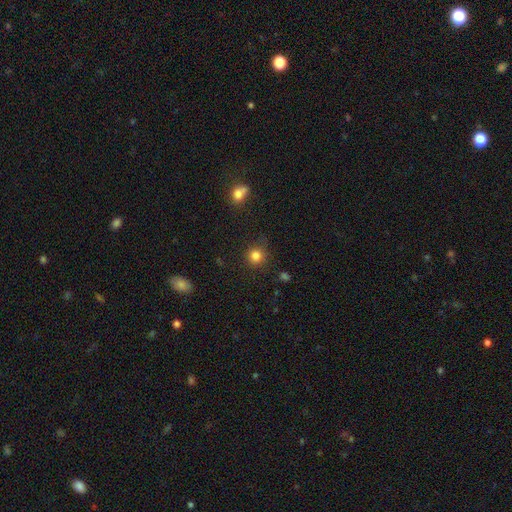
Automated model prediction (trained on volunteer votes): Smooth or featured?
  - smooth: 83% *
  - star or artifact: 13%
  - featured or disk: 5%
How rounded?
  - round: 91% *
  - in between: 8%
  - cigar-shaped: 1%
Merging?
  - none: 82% *
  - minor disturbance: 11%
  - major disturbance: 4%
  - merger: 2%